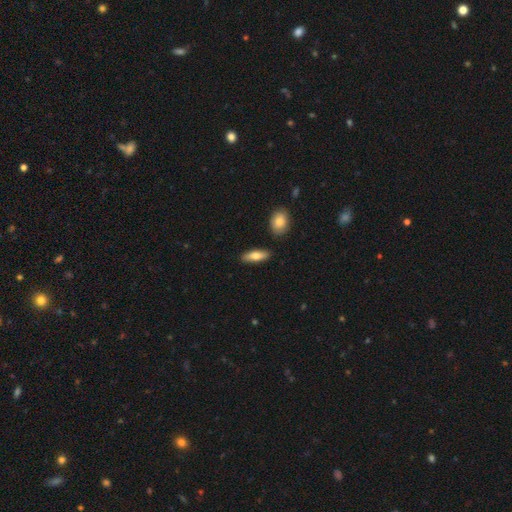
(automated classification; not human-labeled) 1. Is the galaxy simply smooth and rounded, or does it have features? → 74% smooth, 20% featured or disk, 6% star or artifact.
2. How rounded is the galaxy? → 60% in between, 38% cigar-shaped, 3% round.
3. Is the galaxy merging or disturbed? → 86% none, 9% minor disturbance, 3% merger, 2% major disturbance.